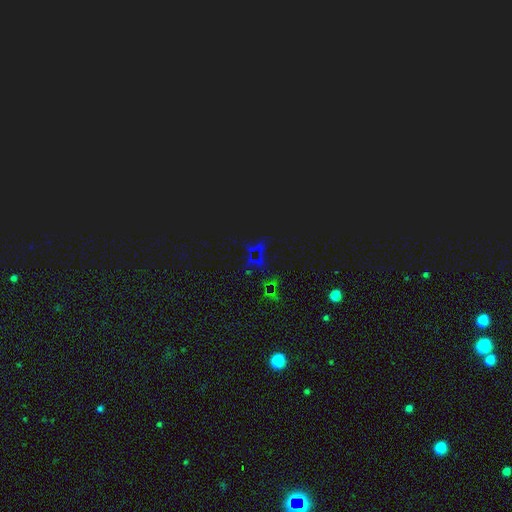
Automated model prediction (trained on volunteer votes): Smooth or featured? Predicted: star or artifact (p=0.77).